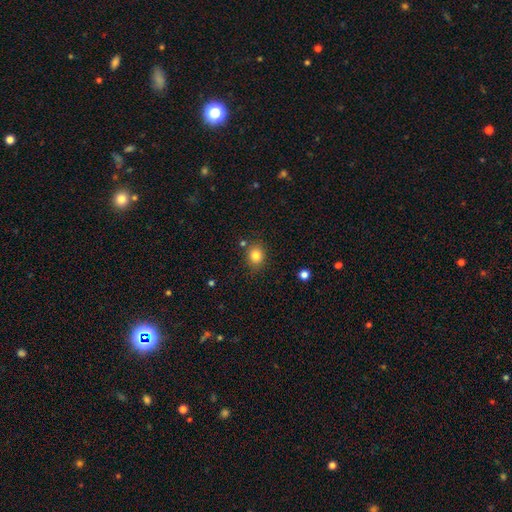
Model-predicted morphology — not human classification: This is clearly a smooth galaxy (82%). How rounded: likely round (67%). Merging: clearly none (80%).